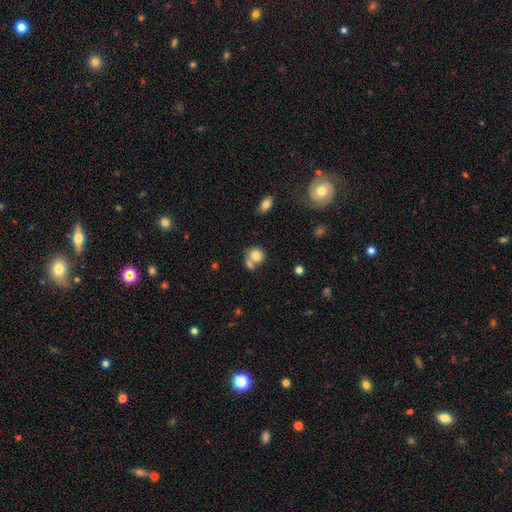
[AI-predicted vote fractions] Smooth or featured? smooth (75%)
How rounded? round (78%)
Merging? none (44%)